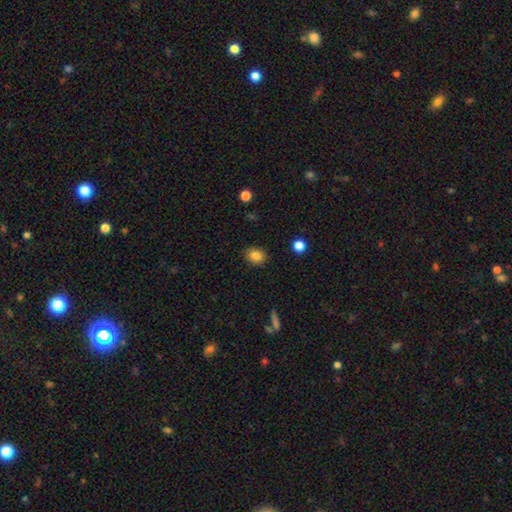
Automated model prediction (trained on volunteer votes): Overall: smooth (83%). How rounded: round (57%; in between 42%). Merging: none (88%).